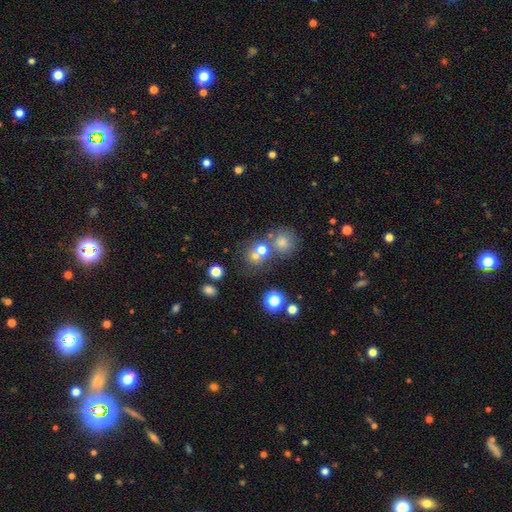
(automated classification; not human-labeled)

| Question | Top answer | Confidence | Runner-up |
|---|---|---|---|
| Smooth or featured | smooth | 65% | star or artifact (23%) |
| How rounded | round | 84% | in between (15%) |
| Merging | none | 52% | merger (35%) |